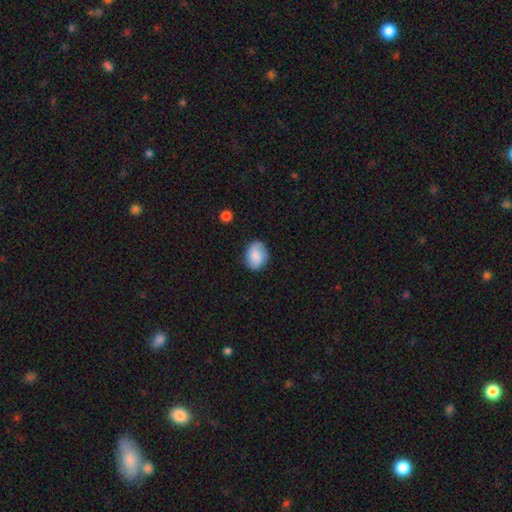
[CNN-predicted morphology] This is likely a smooth galaxy (76%). How rounded: possibly in between (59%). Merging: likely none (78%).